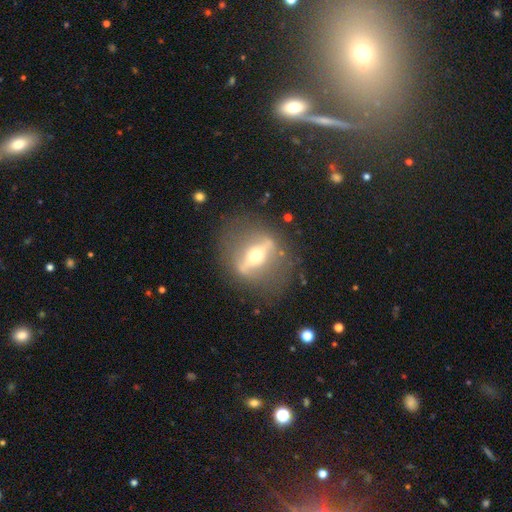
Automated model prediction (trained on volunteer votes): Morphology: type=featured or disk (78%); edge-on=no (53%); merging=none (74%).